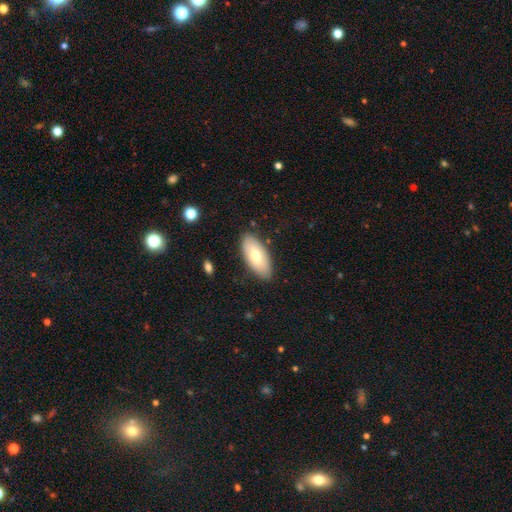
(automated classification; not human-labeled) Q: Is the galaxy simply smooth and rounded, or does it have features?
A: smooth — 66%.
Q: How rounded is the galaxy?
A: in between — 89%.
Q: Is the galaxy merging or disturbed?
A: none — 84%.